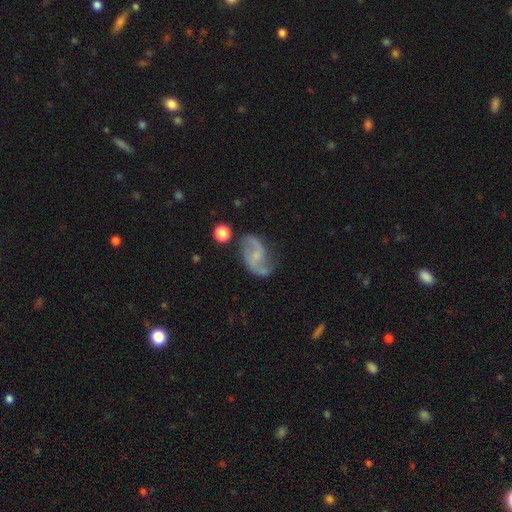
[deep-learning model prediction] Smooth or featured: featured or disk — 83% (smooth — 10%)
Edge-on disk: no — 97% (yes — 3%)
Bar: no — 48% (weak — 42%)
Spiral arms: yes — 94% (no — 6%)
Spiral winding: loose — 57% (medium — 34%)
Spiral arm count: 2 — 91% (can't tell — 4%)
Bulge size: small — 58% (none — 23%)
Merging: none — 65% (minor disturbance — 21%)